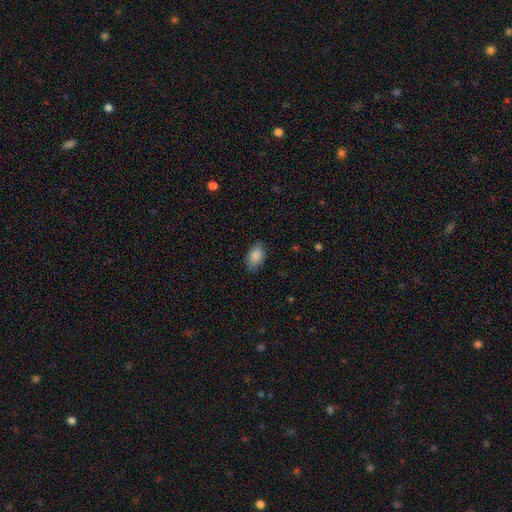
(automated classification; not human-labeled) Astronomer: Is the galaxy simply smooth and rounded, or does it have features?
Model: smooth — 87%.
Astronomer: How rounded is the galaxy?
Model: in between — 91%.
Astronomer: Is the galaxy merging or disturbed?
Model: none — 80%.